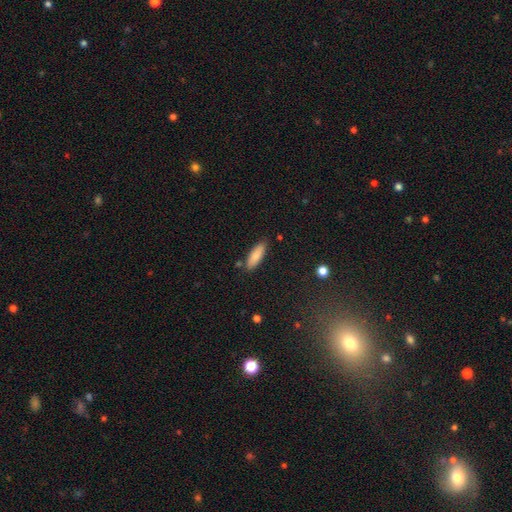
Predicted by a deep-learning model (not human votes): Smooth or featured? smooth (83%)
How rounded? in between (52%)
Merging? none (83%)